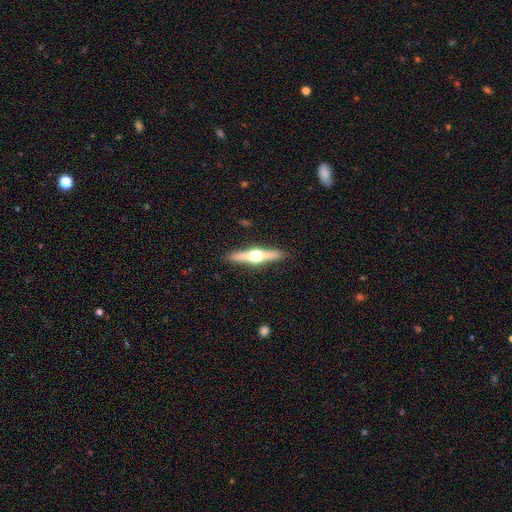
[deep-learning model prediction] Smooth or featured? Predicted: featured or disk (p=0.75). Edge-on disk? Predicted: yes (p=0.98). Edge-on bulge? Predicted: rounded (p=0.96). Merging? Predicted: none (p=0.90).